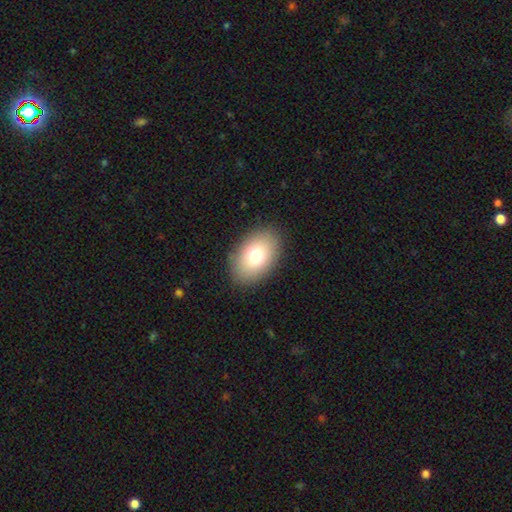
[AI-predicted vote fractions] smooth 75%, featured or disk 15%, star or artifact 10%. Down the decision tree: how rounded — in between (86%); merging — none (87%).